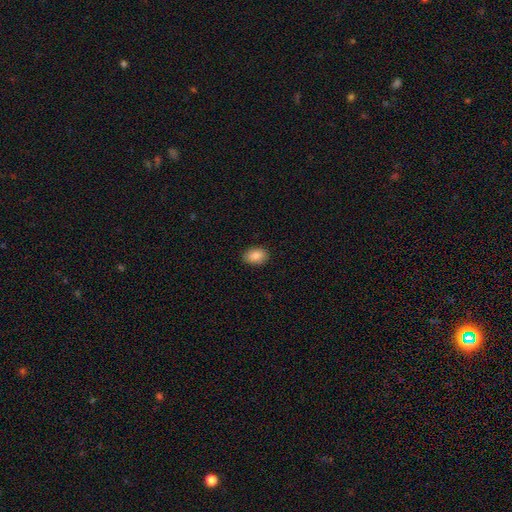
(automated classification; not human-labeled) Smooth or featured? smooth (88%)
How rounded? in between (83%)
Merging? none (89%)